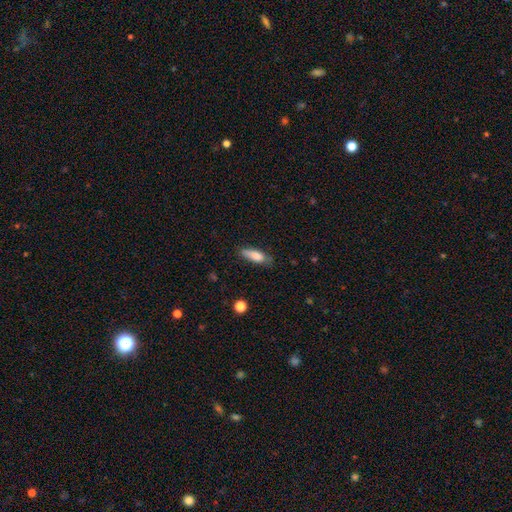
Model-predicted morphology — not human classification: This is likely a smooth galaxy (79%). How rounded: possibly in between (58%). Merging: likely none (66%).